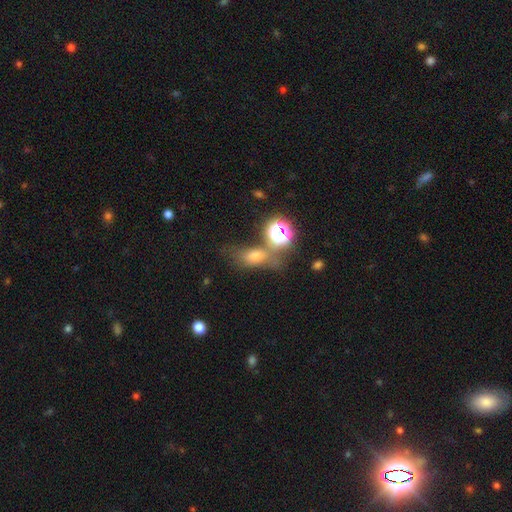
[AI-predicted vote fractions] Smooth or featured?
  - smooth: 59% *
  - star or artifact: 25%
  - featured or disk: 16%
How rounded?
  - in between: 69% *
  - round: 23%
  - cigar-shaped: 8%
Merging?
  - none: 51% *
  - merger: 20%
  - minor disturbance: 18%
  - major disturbance: 12%